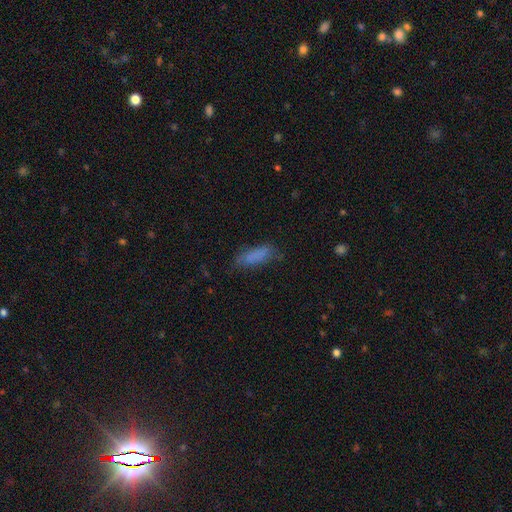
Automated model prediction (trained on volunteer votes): A smooth galaxy with no disk features (79%) that is in between round and cigar-shaped (53%). Merging: none (66%).